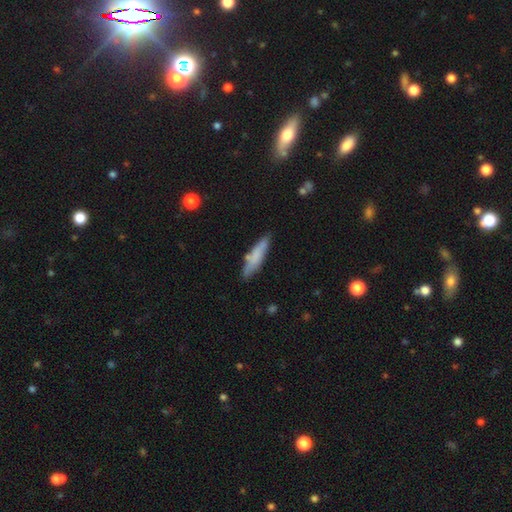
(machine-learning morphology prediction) This appears to be a smooth galaxy with no disk features (70%) that is cigar-shaped (76%). Merging: none (73%).